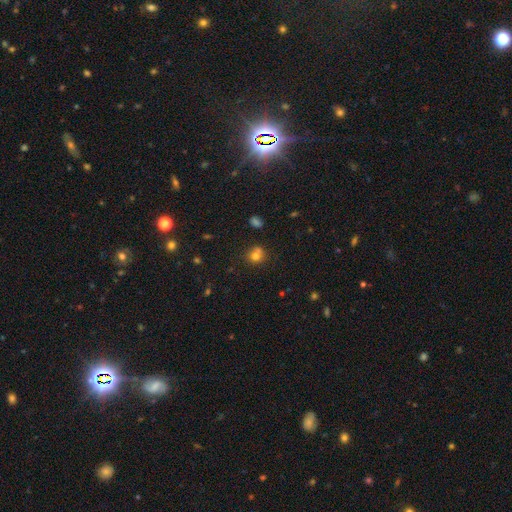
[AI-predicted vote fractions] This is likely a smooth galaxy (74%). How rounded: clearly round (83%). Merging: possibly none (56%).